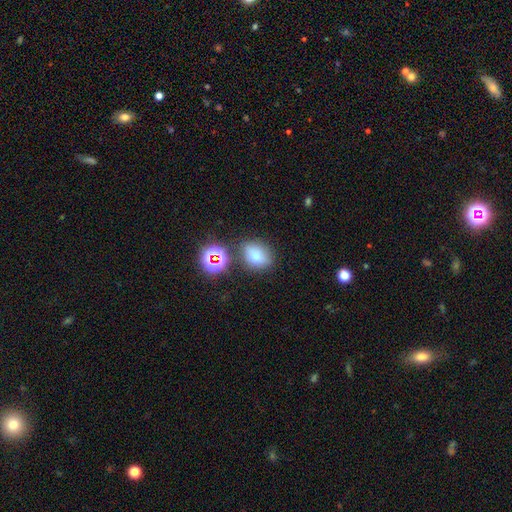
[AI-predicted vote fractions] Q: Smooth or featured?
A: smooth (70%); runner-up: star or artifact (18%)
Q: How rounded?
A: in between (54%); runner-up: round (44%)
Q: Merging?
A: none (70%); runner-up: minor disturbance (16%)